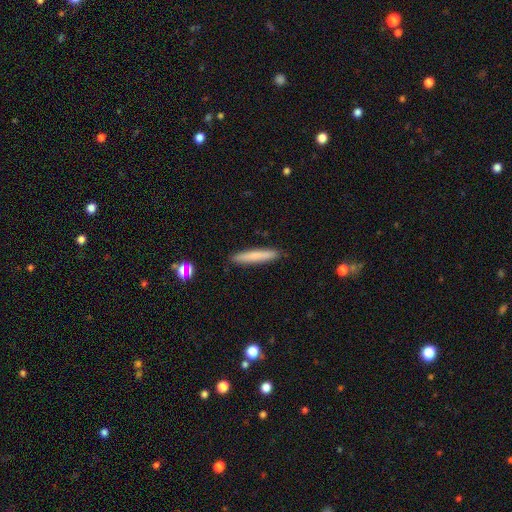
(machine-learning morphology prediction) Smooth or featured? Predicted: smooth (p=0.76). How rounded? Predicted: cigar-shaped (p=0.93). Merging? Predicted: none (p=0.90).